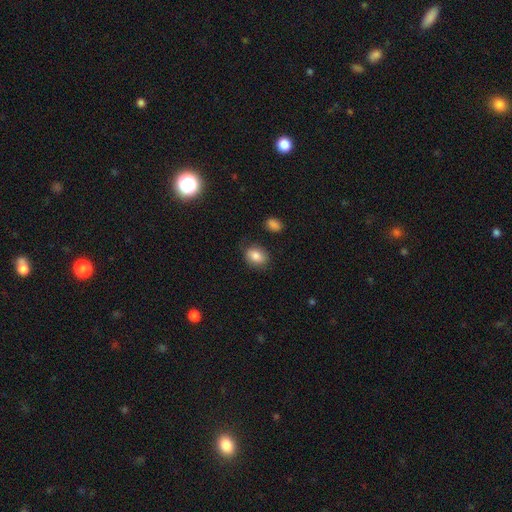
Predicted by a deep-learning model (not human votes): Overall: smooth (84%). How rounded: in between (66%; round 33%). Merging: none (78%).